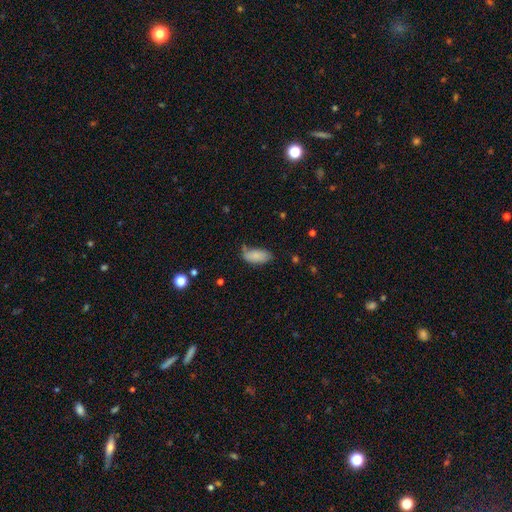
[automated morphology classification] smooth-or-featured: smooth: 84% | featured or disk: 9% | star or artifact: 7%
  how-rounded: in between: 90% | cigar-shaped: 7% | round: 2%
  merging: none: 58% | minor disturbance: 30% | major disturbance: 7% | merger: 5%